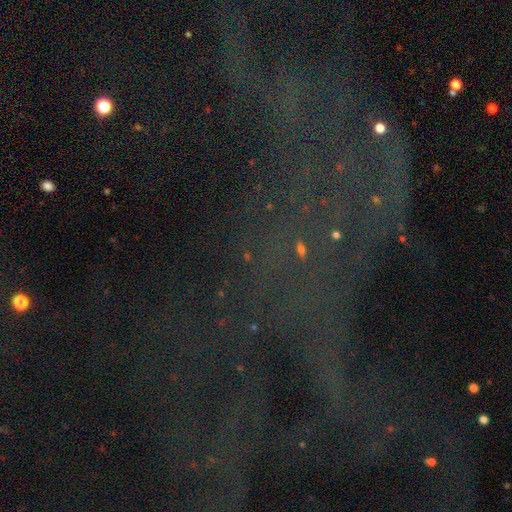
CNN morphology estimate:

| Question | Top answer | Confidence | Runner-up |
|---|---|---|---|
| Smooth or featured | star or artifact | 77% | featured or disk (12%) |